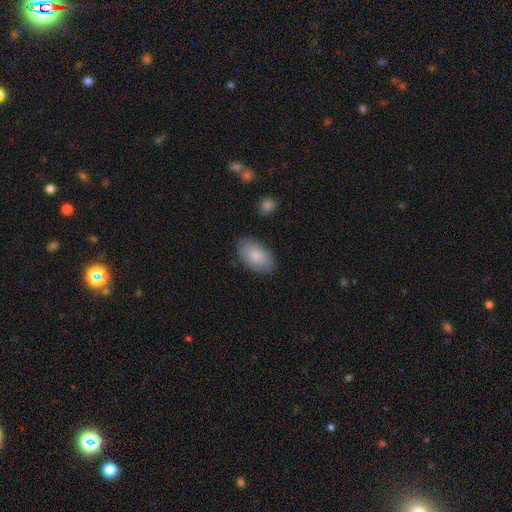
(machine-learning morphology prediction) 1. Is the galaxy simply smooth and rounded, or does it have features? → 80% smooth, 14% featured or disk, 6% star or artifact.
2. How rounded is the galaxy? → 94% in between, 4% round, 1% cigar-shaped.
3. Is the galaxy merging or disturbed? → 83% none, 12% minor disturbance, 3% major disturbance, 2% merger.